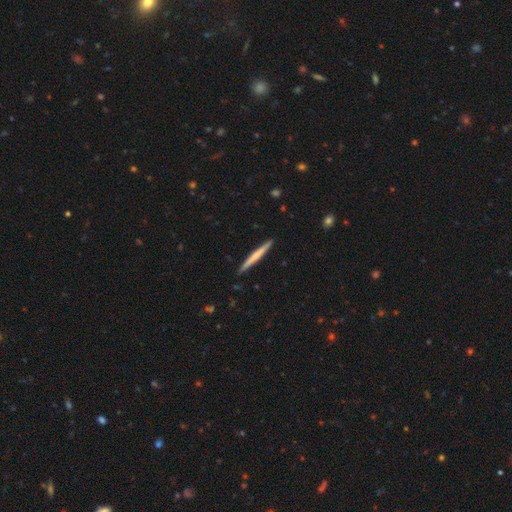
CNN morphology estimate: smooth-or-featured: featured or disk: 50% | smooth: 45% | star or artifact: 5%
  merging: none: 91% | minor disturbance: 7% | major disturbance: 1% | merger: 1%